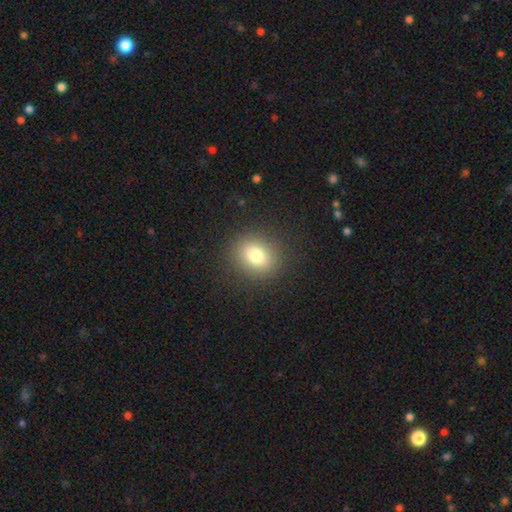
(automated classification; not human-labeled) Smooth or featured: smooth — 80% (star or artifact — 12%)
How rounded: round — 64% (in between — 35%)
Merging: none — 89% (minor disturbance — 7%)